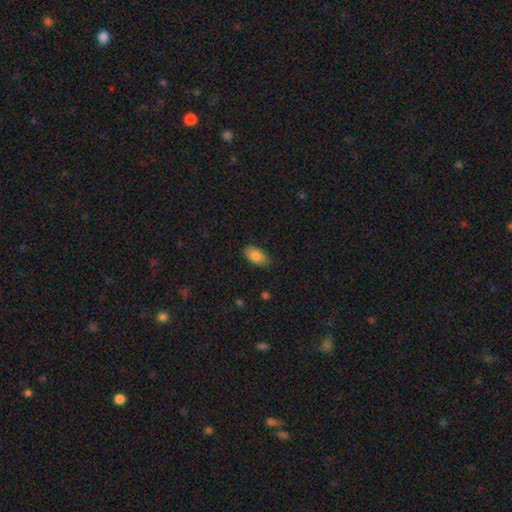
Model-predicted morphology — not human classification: This appears to be a smooth galaxy with no disk features (86%) that is in between round and cigar-shaped (93%). Merging: none (83%).